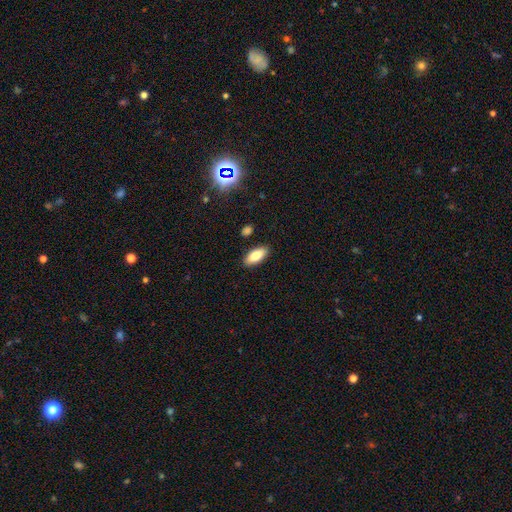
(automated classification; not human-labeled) Smooth or featured? Predicted: smooth (p=0.81). How rounded? Predicted: in between (p=0.85). Merging? Predicted: none (p=0.88).